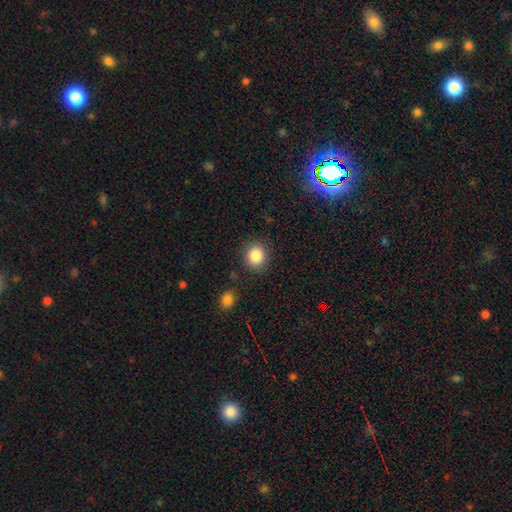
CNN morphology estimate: A smooth galaxy with no disk features (87%) that is round (79%).

Vote fractions:
- Smooth or featured? smooth: 87% / star or artifact: 9% / featured or disk: 4%
- How rounded? round: 79% / in between: 20% / cigar-shaped: 1%
- Merging? none: 86% / minor disturbance: 8% / major disturbance: 3% / merger: 2%